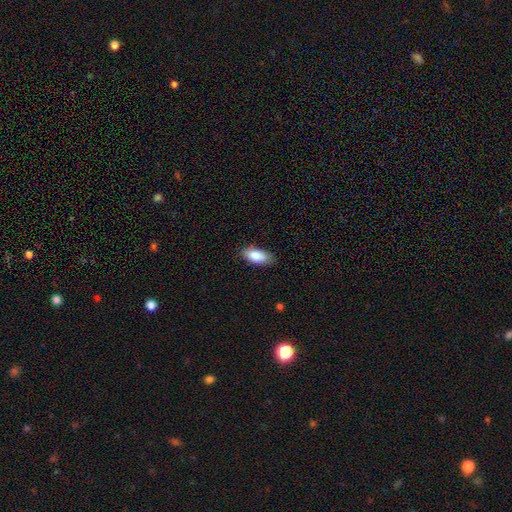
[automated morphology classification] Smooth or featured? Predicted: smooth (p=0.85). How rounded? Predicted: in between (p=0.89). Merging? Predicted: none (p=0.85).